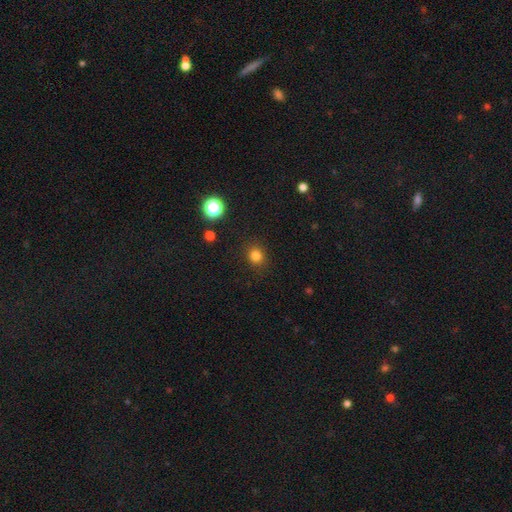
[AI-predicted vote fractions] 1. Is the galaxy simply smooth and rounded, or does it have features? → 81% smooth, 15% star or artifact, 5% featured or disk.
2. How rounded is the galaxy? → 83% round, 17% in between, 1% cigar-shaped.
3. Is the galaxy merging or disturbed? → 88% none, 8% minor disturbance, 3% major disturbance, 1% merger.